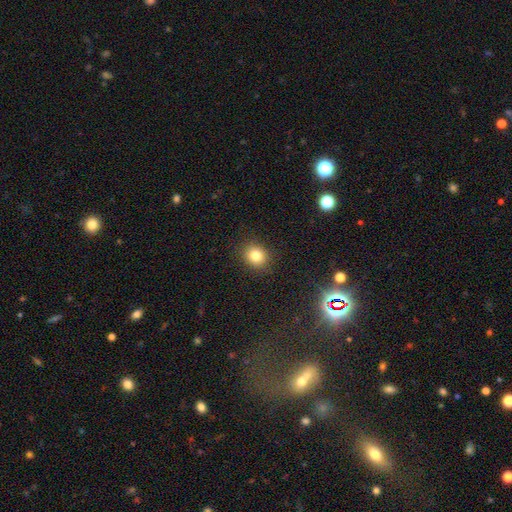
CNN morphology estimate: Smooth or featured: smooth — 81% (star or artifact — 12%)
How rounded: round — 77% (in between — 22%)
Merging: none — 90% (minor disturbance — 7%)